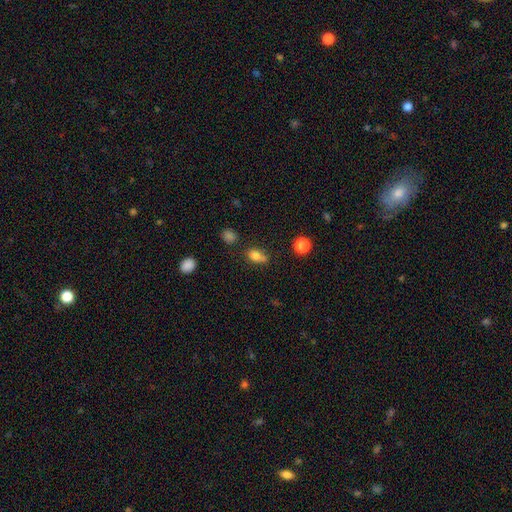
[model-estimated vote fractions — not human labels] smooth-or-featured: smooth: 78% | star or artifact: 13% | featured or disk: 9%
  how-rounded: in between: 66% | round: 30% | cigar-shaped: 4%
  merging: none: 47% | merger: 23% | minor disturbance: 22% | major disturbance: 8%